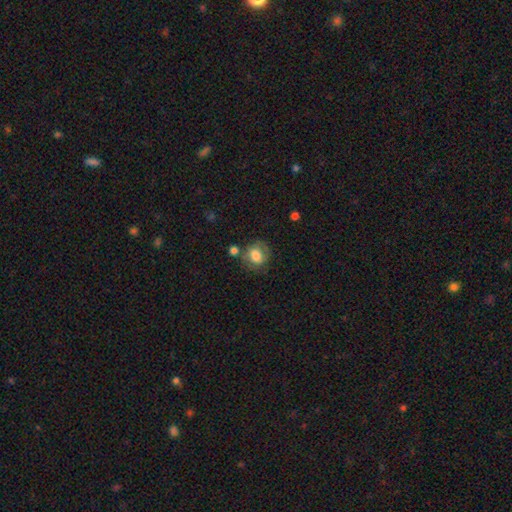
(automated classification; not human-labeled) A smooth galaxy with no disk features (73%) that is round (69%). Merging: none (62%).